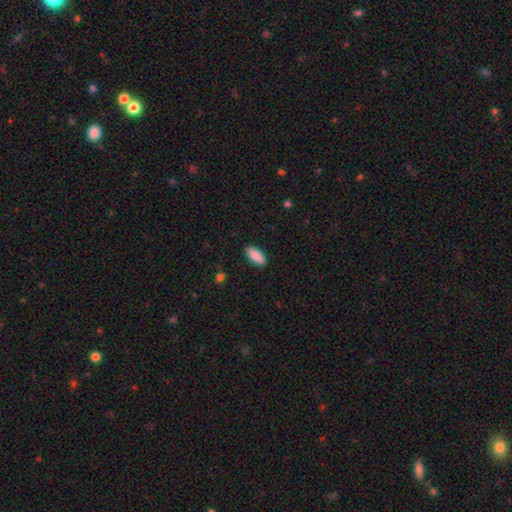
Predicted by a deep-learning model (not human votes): smooth 90%, star or artifact 6%, featured or disk 4%. Down the decision tree: how rounded — in between (84%); merging — none (89%).